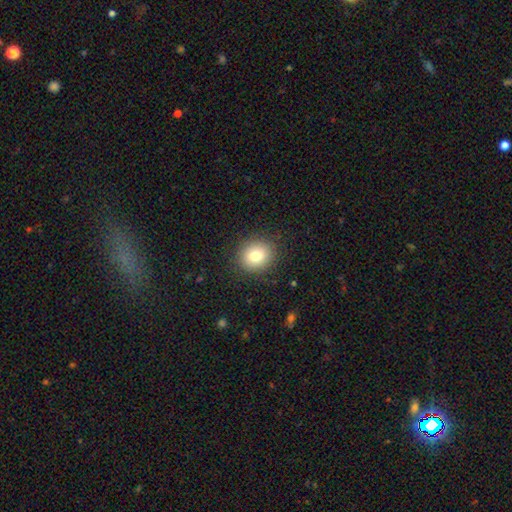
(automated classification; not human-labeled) A smooth galaxy with no disk features (80%) that is round (78%). Merging: none (88%).